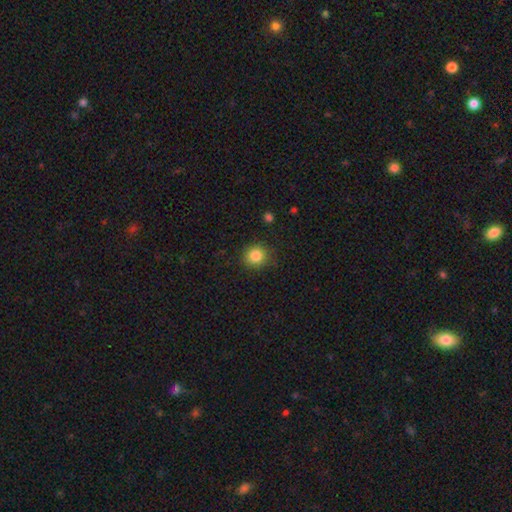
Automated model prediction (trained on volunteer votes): Morphology: type=smooth (85%); roundness=round (89%); merging=none (88%).